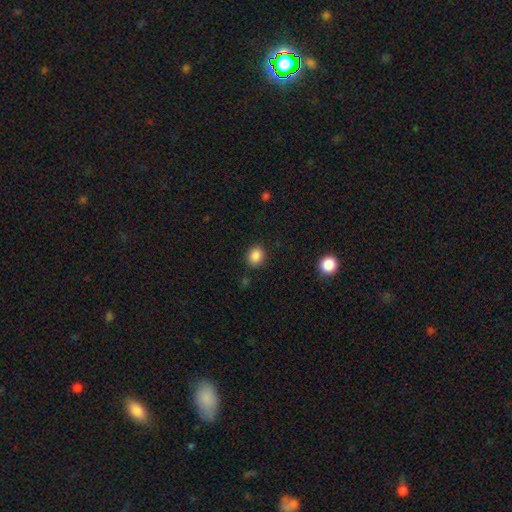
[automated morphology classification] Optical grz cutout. It shows a smooth galaxy with no disk features (87%) that is round (64%). Merging: none (85%).